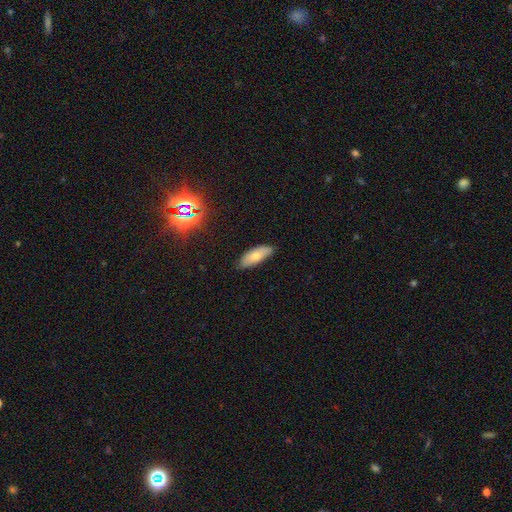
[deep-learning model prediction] Q: Smooth or featured?
A: smooth (74%); runner-up: featured or disk (18%)
Q: How rounded?
A: in between (74%); runner-up: cigar-shaped (24%)
Q: Merging?
A: none (80%); runner-up: minor disturbance (16%)